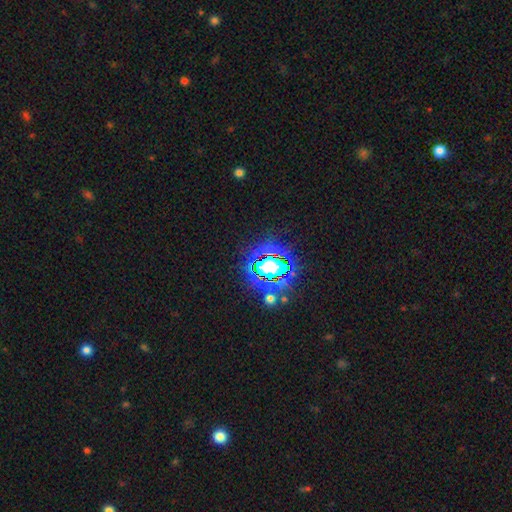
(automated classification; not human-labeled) Smooth or featured? Predicted: star or artifact (p=0.82).